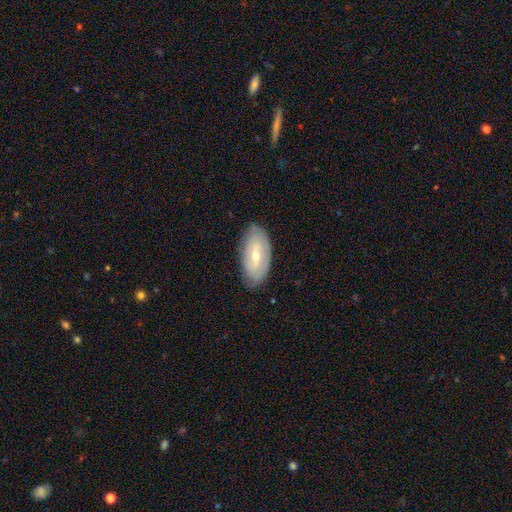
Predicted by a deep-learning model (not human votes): This appears to be a featured or disk galaxy (60%) with a weak bar (45%), spiral arms (61%) and a moderate central bulge (50%). Merging: none (82%).